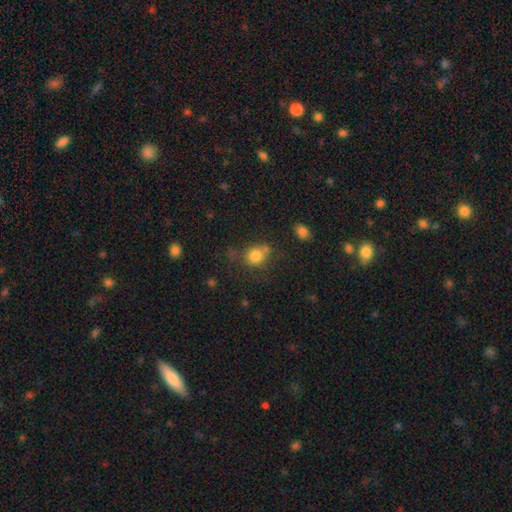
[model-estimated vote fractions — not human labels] This is likely a smooth galaxy (80%). How rounded: likely round (74%). Merging: possibly none (56%).